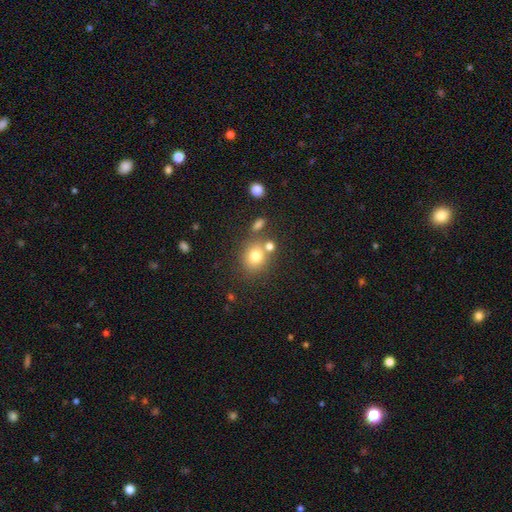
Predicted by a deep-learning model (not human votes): smooth_or_featured: smooth (p=0.76) [alt: star or artifact p=0.13]
how_rounded: round (p=0.71) [alt: in between p=0.28]
merging: none (p=0.67) [alt: merger p=0.17]